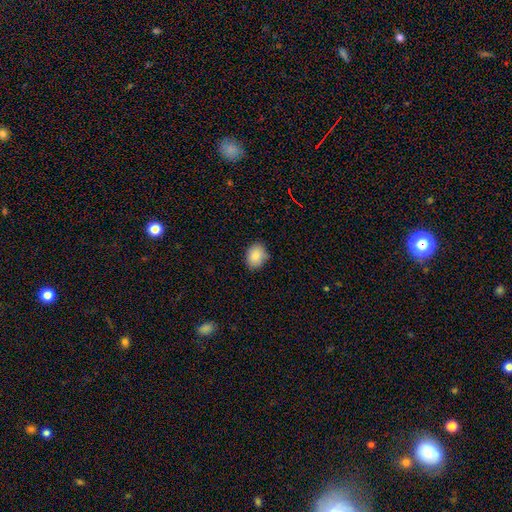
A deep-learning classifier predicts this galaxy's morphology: This appears to be a smooth galaxy with no disk features (87%) that is in between round and cigar-shaped (54%). Merging: none (82%).